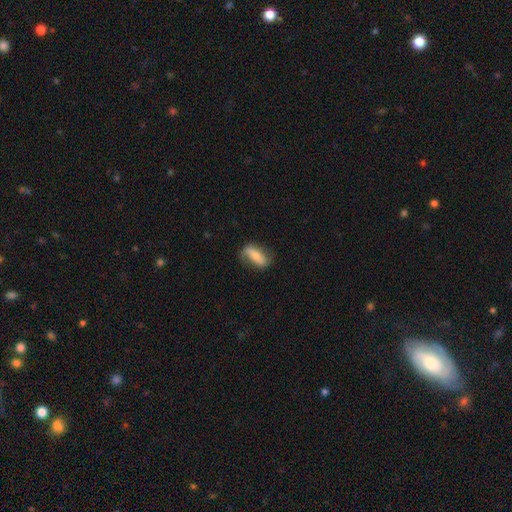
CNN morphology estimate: Q: Smooth or featured?
A: smooth (53%); runner-up: featured or disk (40%)
Q: How rounded?
A: in between (72%); runner-up: cigar-shaped (23%)
Q: Merging?
A: none (67%); runner-up: minor disturbance (24%)